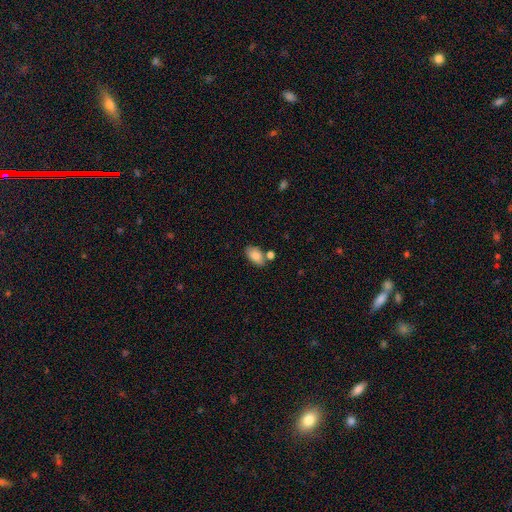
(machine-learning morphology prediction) smooth 86%, star or artifact 7%, featured or disk 7%. Down the decision tree: how rounded — in between (92%); merging — none (60%).